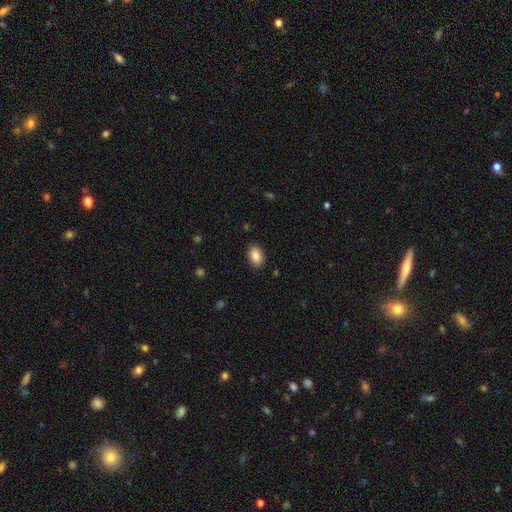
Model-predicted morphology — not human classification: A smooth galaxy with no disk features (88%) that is in between round and cigar-shaped (87%). Merging: none (88%).